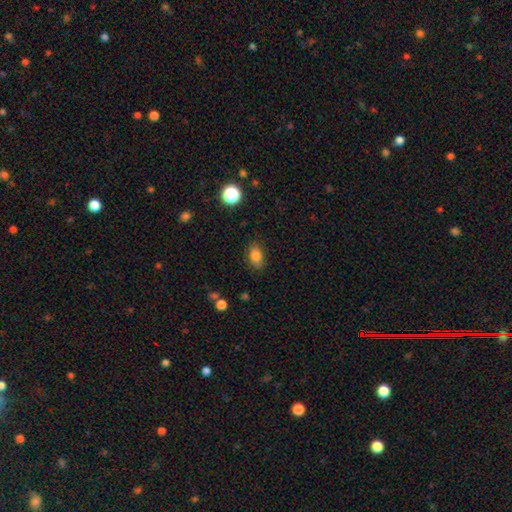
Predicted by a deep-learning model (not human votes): A smooth galaxy with no disk features (83%) that is in between round and cigar-shaped (84%). Merging: none (82%).